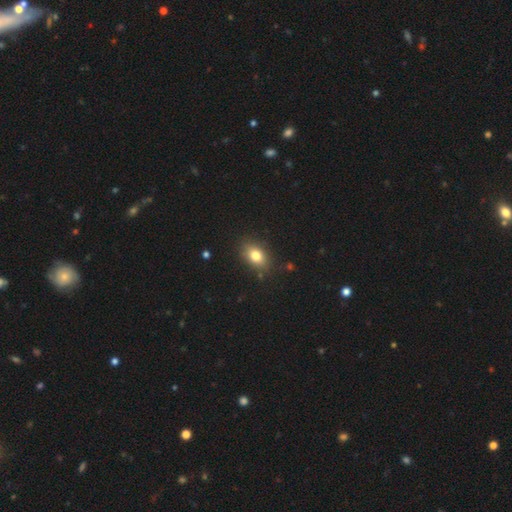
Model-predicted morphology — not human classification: The model was most divided on "how rounded": in between: 77%, round: 21%, cigar-shaped: 2%. More confident: merging — none (85%); smooth or featured — smooth (80%).